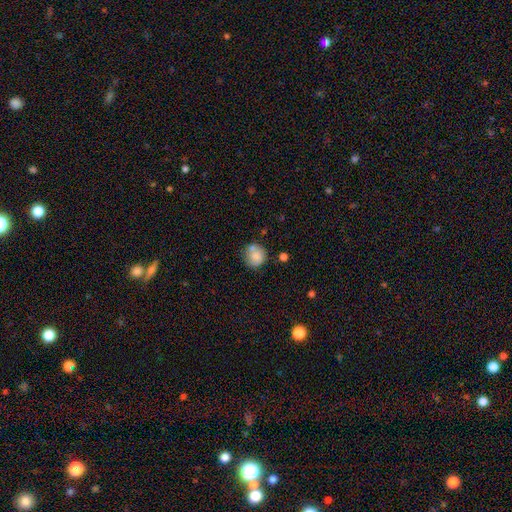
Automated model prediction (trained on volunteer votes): A smooth galaxy with no disk features (80%) that is round (85%). Merging: none (61%).